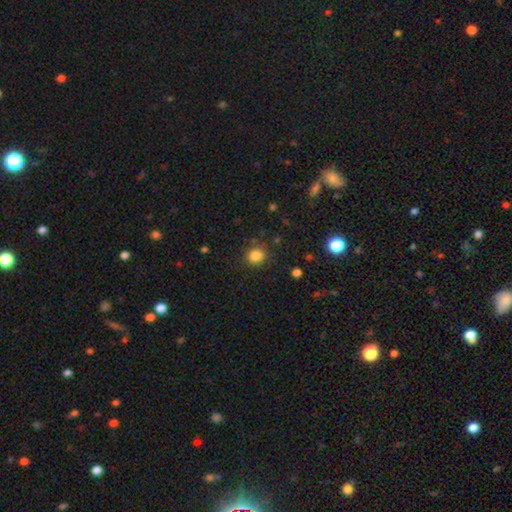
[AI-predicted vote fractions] smooth 83%, star or artifact 12%, featured or disk 5%. Down the decision tree: how rounded — round (82%); merging — none (84%).